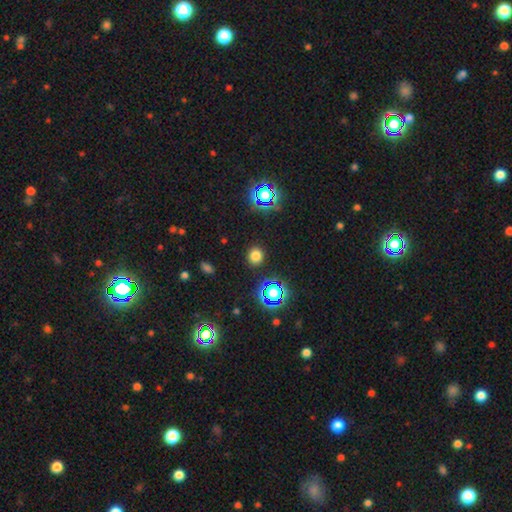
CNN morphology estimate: Smooth or featured? smooth (74%)
How rounded? round (85%)
Merging? none (89%)